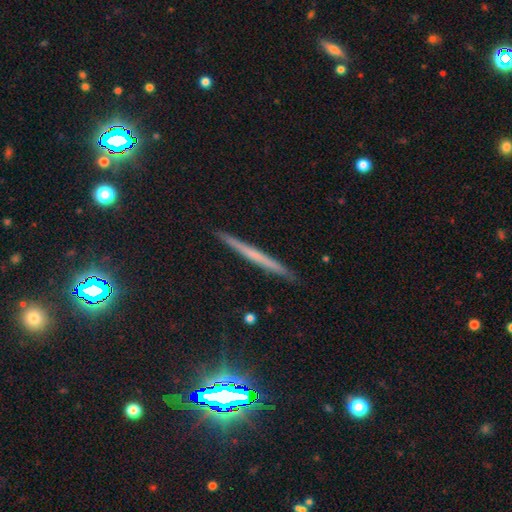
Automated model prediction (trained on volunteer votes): smooth-or-featured: featured or disk: 48% | smooth: 36% | star or artifact: 15%
  merging: none: 90% | minor disturbance: 7% | major disturbance: 1% | merger: 1%